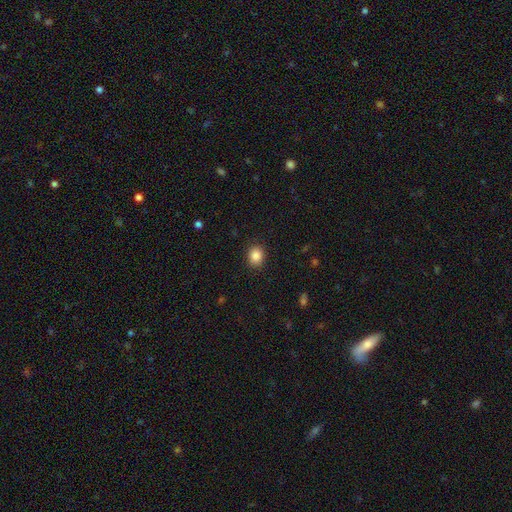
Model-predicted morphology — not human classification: This appears to be a smooth galaxy with no disk features (87%) that is round (65%). Merging: none (89%).